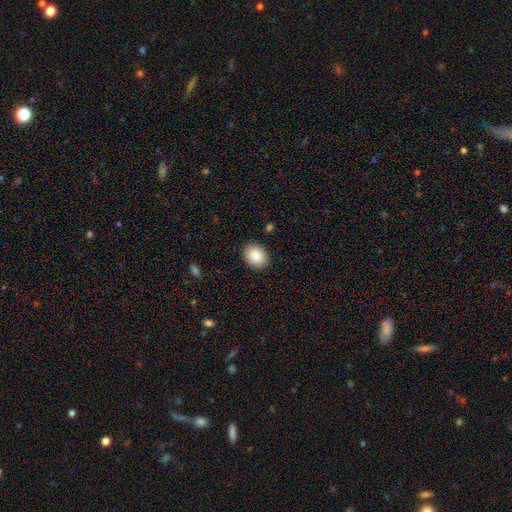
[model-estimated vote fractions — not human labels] This is clearly a smooth galaxy (87%). How rounded: possibly in between (57%). Merging: clearly none (90%).